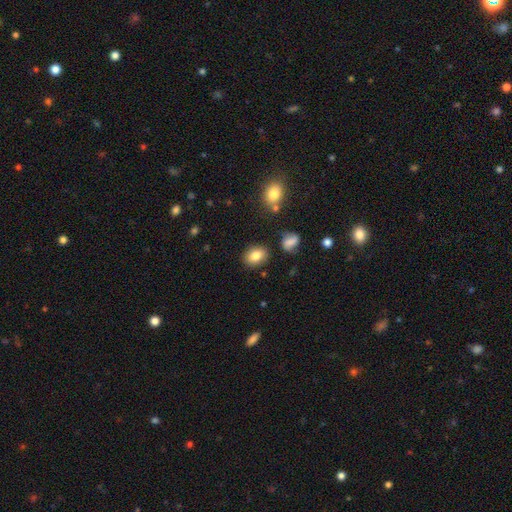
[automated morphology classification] Smooth or featured? Predicted: smooth (p=0.83). How rounded? Predicted: in between (p=0.65). Merging? Predicted: none (p=0.84).